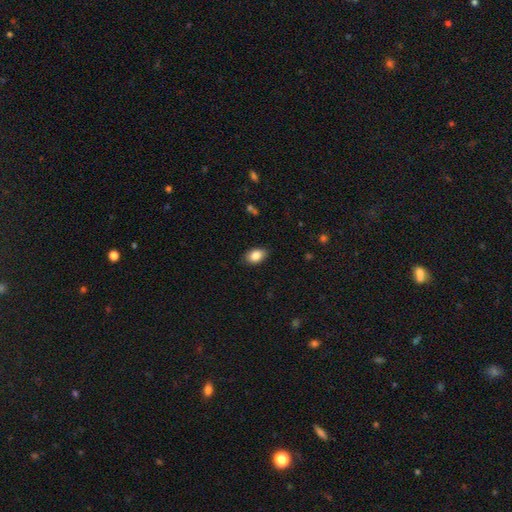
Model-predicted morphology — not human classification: type=smooth (85%); roundness=in between (87%); merging=none (85%).